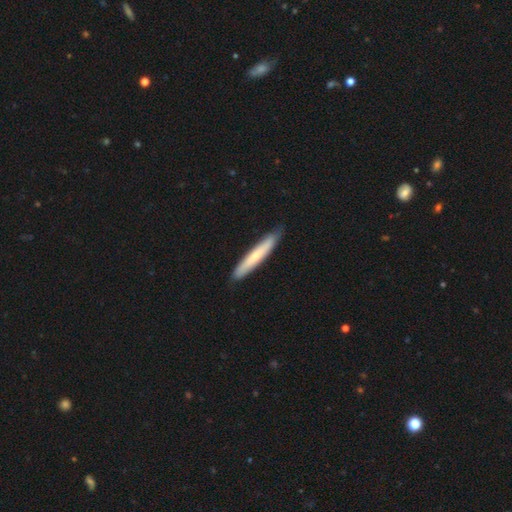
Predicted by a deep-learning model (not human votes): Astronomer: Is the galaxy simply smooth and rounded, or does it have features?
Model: smooth — 64%.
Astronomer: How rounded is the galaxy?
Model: cigar-shaped — 94%.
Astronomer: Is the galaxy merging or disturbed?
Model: none — 86%.